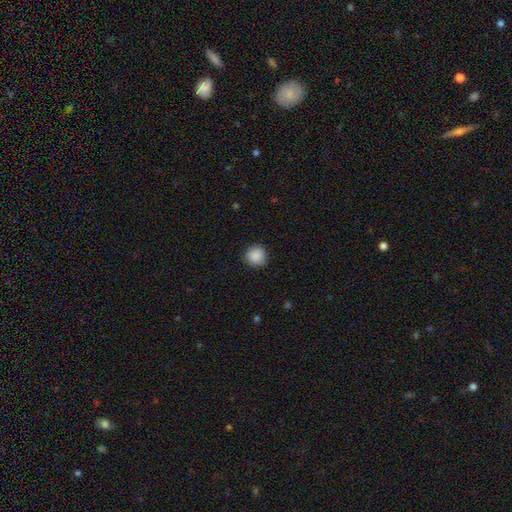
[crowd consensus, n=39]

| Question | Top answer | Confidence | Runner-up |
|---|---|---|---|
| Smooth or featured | smooth | 90% | star or artifact (8%) |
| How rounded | round | 94% | in between (6%) |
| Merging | none | 92% | minor disturbance (8%) |